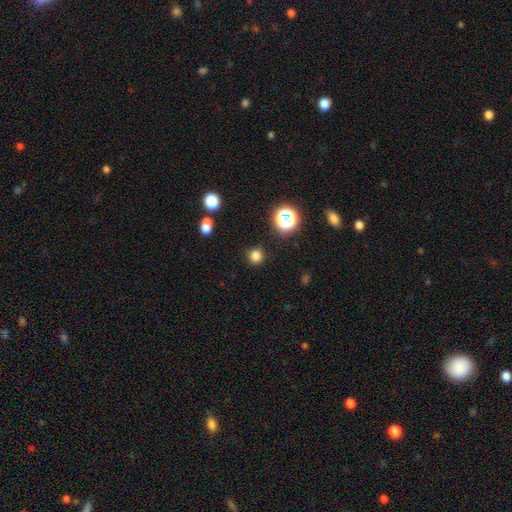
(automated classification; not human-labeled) This is likely a smooth galaxy (79%). How rounded: clearly round (91%). Merging: clearly none (86%).